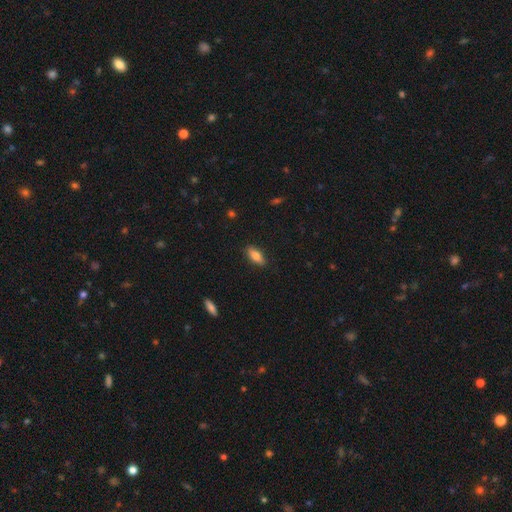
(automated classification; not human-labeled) Smooth or featured? Predicted: smooth (p=0.81). How rounded? Predicted: in between (p=0.80). Merging? Predicted: none (p=0.87).